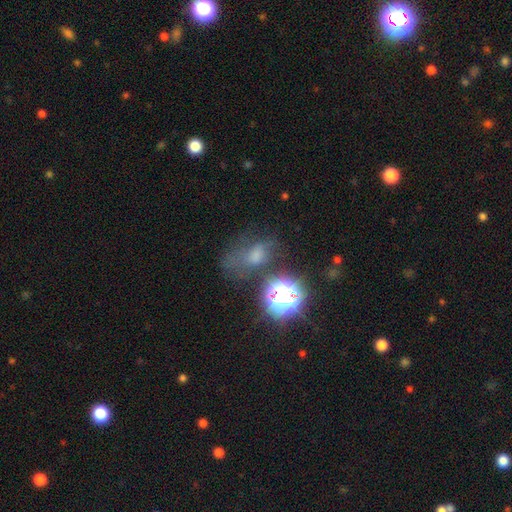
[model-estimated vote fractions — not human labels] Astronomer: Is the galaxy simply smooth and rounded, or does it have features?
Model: smooth — 43% (runner-up: star or artifact, 33%).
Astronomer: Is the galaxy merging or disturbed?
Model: none — 42% (runner-up: major disturbance, 26%).